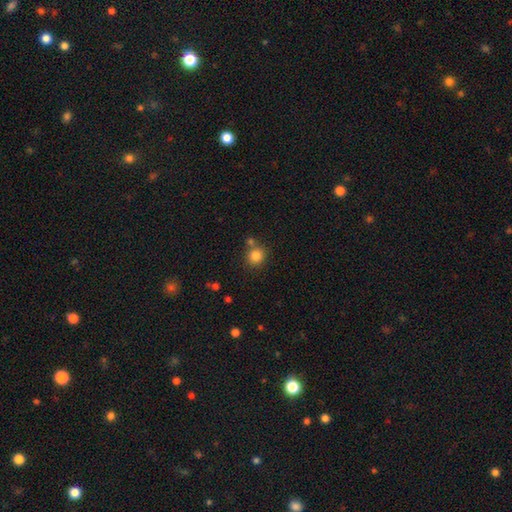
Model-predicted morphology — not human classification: type=smooth (83%); roundness=round (90%); merging=none (71%).